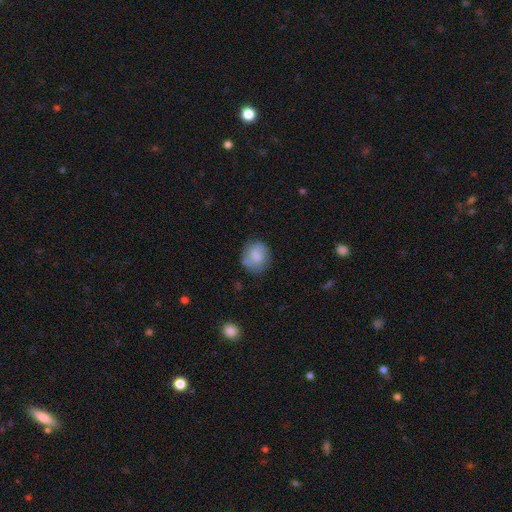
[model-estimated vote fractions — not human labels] smooth 76%, featured or disk 16%, star or artifact 7%. Down the decision tree: how rounded — round (70%); merging — none (69%).